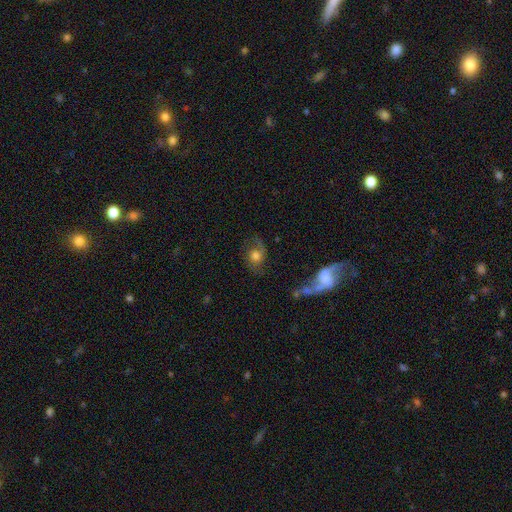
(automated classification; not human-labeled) A featured or disk galaxy (62%) with no bar (71%), 2 (80%) loose (53%) spiral arms (88%) and a moderate central bulge (55%).

Vote fractions:
- Smooth or featured? featured or disk: 62% / smooth: 28% / star or artifact: 10%
- Edge-on disk? no: 96% / yes: 4%
- Bar? no: 71% / weak: 25% / strong: 5%
- Spiral arms? yes: 88% / no: 12%
- Spiral winding? loose: 53% / medium: 36% / tight: 11%
- Spiral arm count? 2: 80% / 1: 12% / can't tell: 5% / 3: 1% / 4: 1% / more than 4: 1%
- Bulge size? moderate: 55% / large: 25% / small: 13% / none: 3% / dominant: 3%
- Merging? none: 56% / minor disturbance: 19% / major disturbance: 19% / merger: 6%